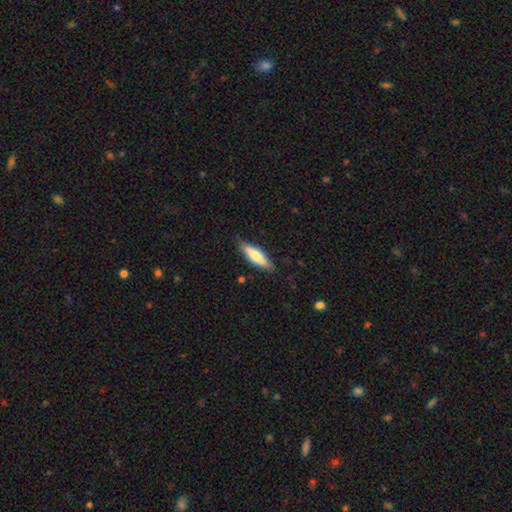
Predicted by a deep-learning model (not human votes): Smooth or featured: smooth — 67% (featured or disk — 27%)
How rounded: cigar-shaped — 56% (in between — 42%)
Merging: none — 83% (minor disturbance — 14%)